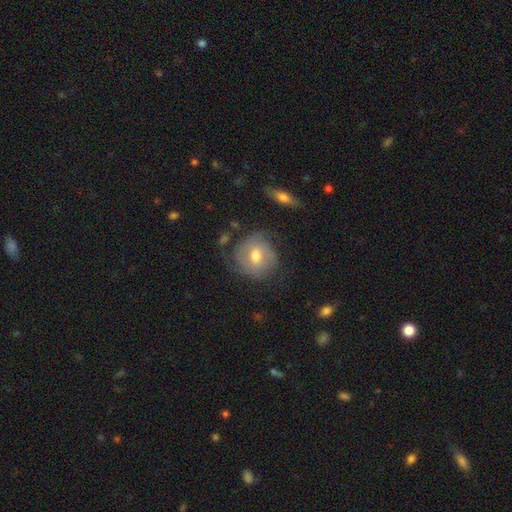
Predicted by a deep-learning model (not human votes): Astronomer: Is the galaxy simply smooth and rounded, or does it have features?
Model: featured or disk — 53% (runner-up: smooth, 40%).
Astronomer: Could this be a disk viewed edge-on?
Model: no — 95%.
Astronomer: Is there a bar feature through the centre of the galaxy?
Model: no — 47% (runner-up: weak, 42%).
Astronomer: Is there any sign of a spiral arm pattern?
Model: yes — 75%.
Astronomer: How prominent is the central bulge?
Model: moderate — 77%.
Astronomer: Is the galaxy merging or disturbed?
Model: none — 63%.